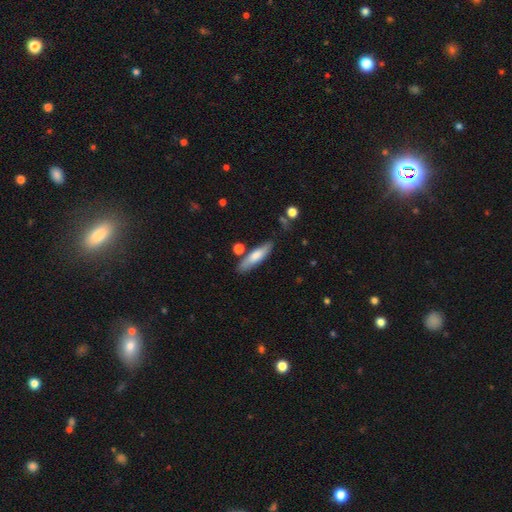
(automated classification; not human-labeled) smooth_or_featured: smooth (p=0.69) [alt: featured or disk p=0.25]
how_rounded: cigar-shaped (p=0.70) [alt: in between p=0.28]
merging: none (p=0.78) [alt: minor disturbance p=0.13]